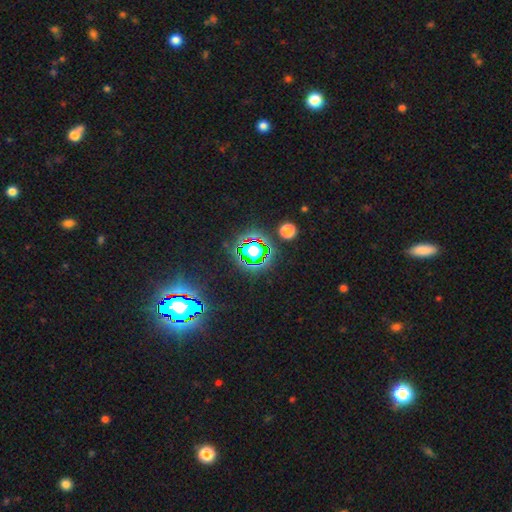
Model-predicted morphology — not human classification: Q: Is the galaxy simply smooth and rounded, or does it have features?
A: star or artifact — 76%.